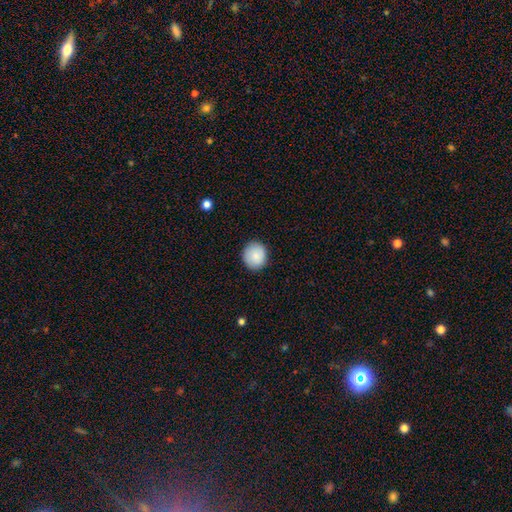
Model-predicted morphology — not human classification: A smooth galaxy with no disk features (88%) that is round (88%). Merging: none (90%).